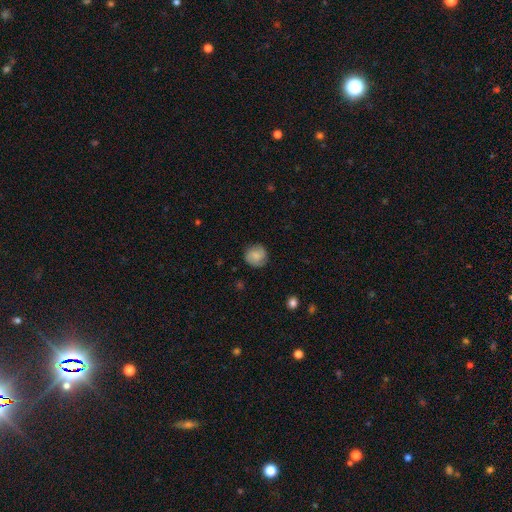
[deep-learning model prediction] This is likely a smooth galaxy (65%). How rounded: clearly round (88%). Merging: clearly none (82%).